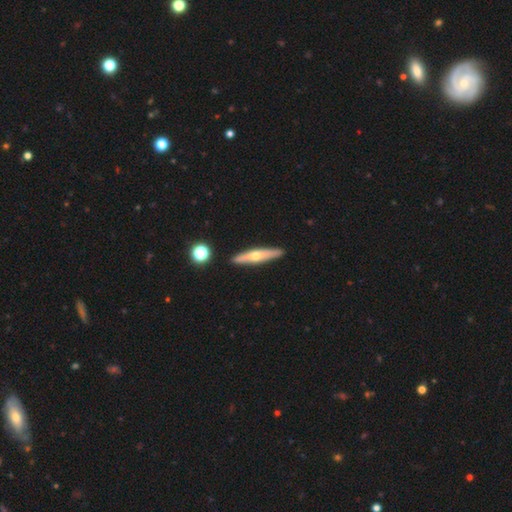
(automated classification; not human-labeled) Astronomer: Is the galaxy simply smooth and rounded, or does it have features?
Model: featured or disk — 54% (runner-up: smooth, 40%).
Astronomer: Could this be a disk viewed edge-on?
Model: yes — 91%.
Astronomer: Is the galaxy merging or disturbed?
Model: none — 89%.